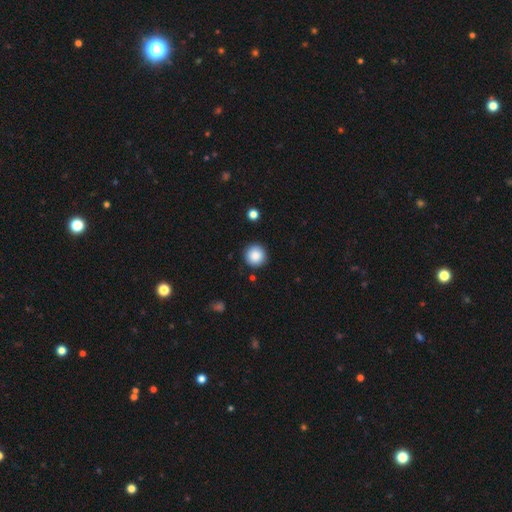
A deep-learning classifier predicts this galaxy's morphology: smooth 87%, star or artifact 9%, featured or disk 4%. Down the decision tree: how rounded — round (95%); merging — none (90%).